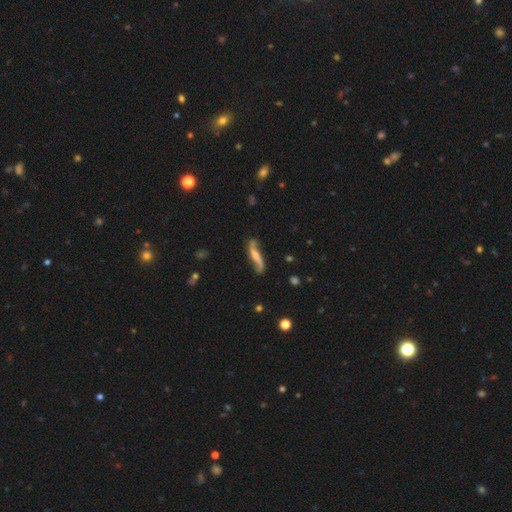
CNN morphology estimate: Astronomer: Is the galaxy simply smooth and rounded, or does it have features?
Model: featured or disk — 76%.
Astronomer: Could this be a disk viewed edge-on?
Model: no — 73%.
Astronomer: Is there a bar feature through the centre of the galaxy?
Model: no — 46% (runner-up: weak, 33%).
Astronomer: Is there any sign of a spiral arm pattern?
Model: yes — 94%.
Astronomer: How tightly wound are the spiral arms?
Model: loose — 87%.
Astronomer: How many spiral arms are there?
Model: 2 — 92%.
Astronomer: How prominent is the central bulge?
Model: moderate — 38%, tied with small at 38%.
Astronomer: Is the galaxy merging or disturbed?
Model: none — 71%.